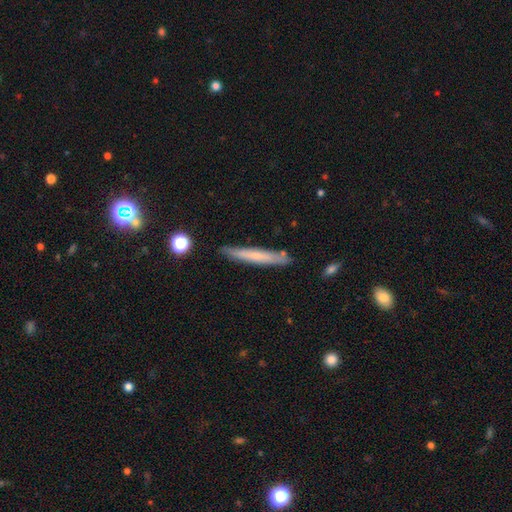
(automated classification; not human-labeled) Smooth or featured?
  - smooth: 58% *
  - featured or disk: 35%
  - star or artifact: 7%
How rounded?
  - cigar-shaped: 95% *
  - in between: 4%
  - round: 1%
Merging?
  - none: 84% *
  - minor disturbance: 12%
  - merger: 2%
  - major disturbance: 2%